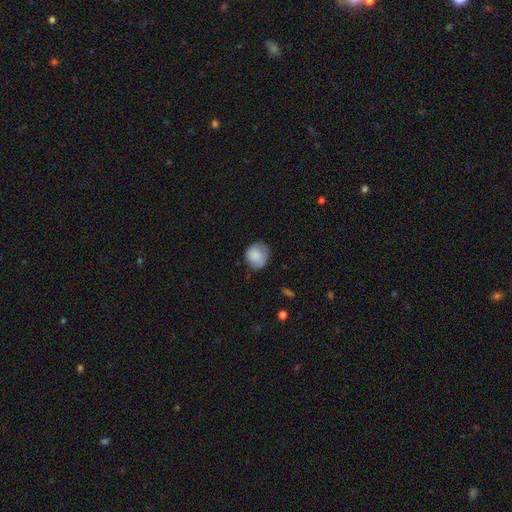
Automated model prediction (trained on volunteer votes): This appears to be a smooth galaxy with no disk features (84%) that is round (75%). Merging: none (65%).